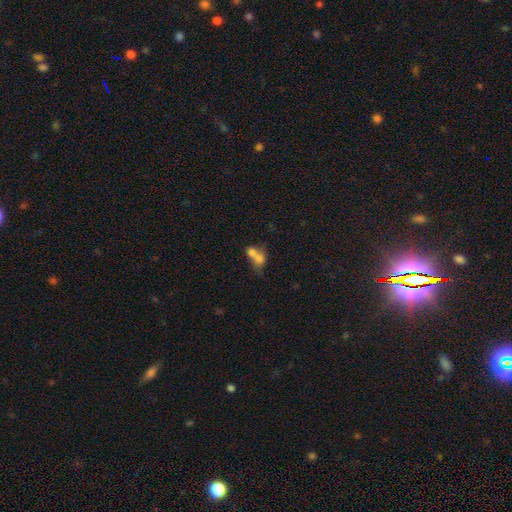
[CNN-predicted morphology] smooth_or_featured: smooth (p=0.70) [alt: featured or disk p=0.19]
how_rounded: in between (p=0.54) [alt: round p=0.44]
merging: merger (p=0.71) [alt: none p=0.18]